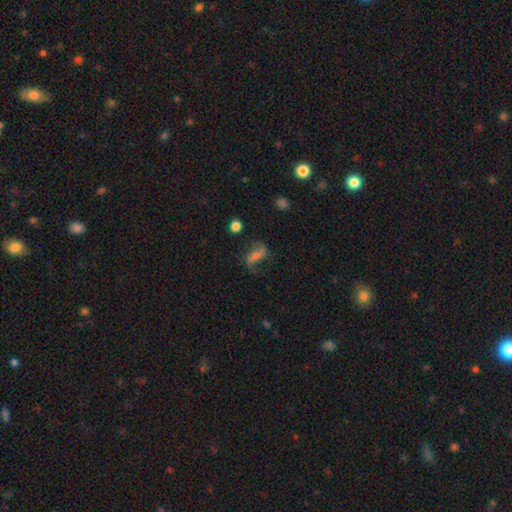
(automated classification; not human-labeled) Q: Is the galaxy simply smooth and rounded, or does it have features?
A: featured or disk — 71%.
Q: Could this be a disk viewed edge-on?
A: no — 95%.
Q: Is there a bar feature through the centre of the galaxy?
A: weak — 38%.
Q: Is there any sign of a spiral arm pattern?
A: yes — 92%.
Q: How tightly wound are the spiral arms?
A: loose — 72%.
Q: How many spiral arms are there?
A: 2 — 90%.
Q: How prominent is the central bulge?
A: small — 43%.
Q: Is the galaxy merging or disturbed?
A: none — 69%.